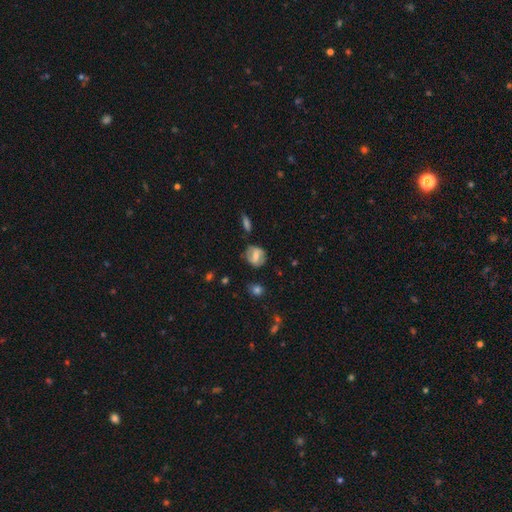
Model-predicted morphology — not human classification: This is possibly a smooth galaxy (48%). Merging: likely none (72%).